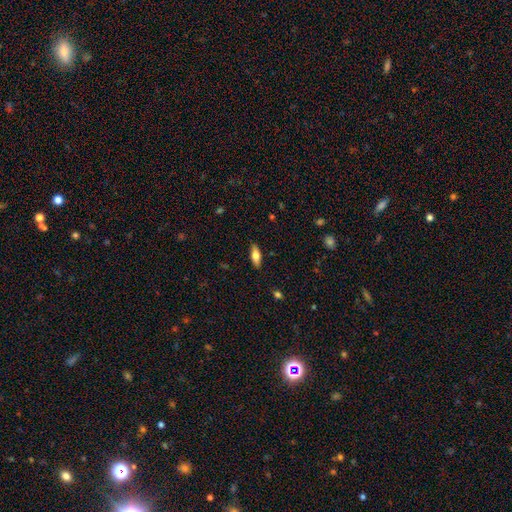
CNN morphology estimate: The model was most divided on "smooth or featured": smooth: 61%, featured or disk: 33%, star or artifact: 7%. More confident: merging — none (86%); how rounded — in between (65%).